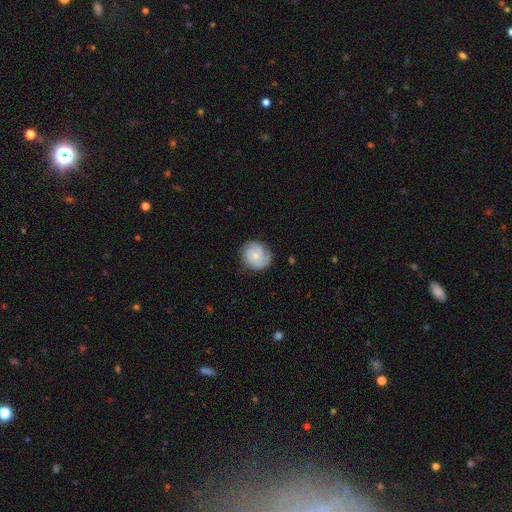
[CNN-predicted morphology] smooth_or_featured: featured or disk (p=0.51) [alt: smooth p=0.43]
disk_edge_on: no (p=0.98) [alt: yes p=0.02]
merging: none (p=0.75) [alt: minor disturbance p=0.18]